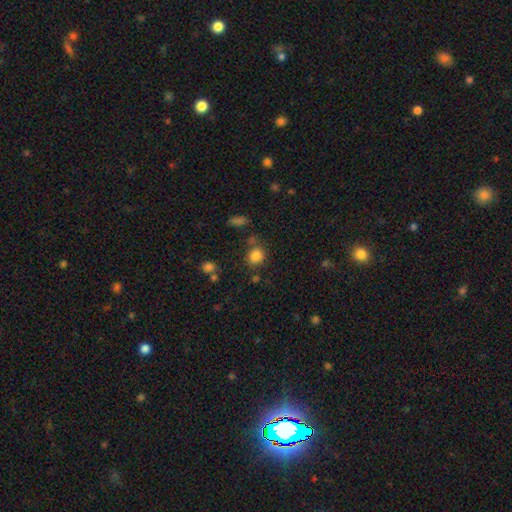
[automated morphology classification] This is clearly a smooth galaxy (82%). How rounded: likely round (66%). Merging: likely none (69%).